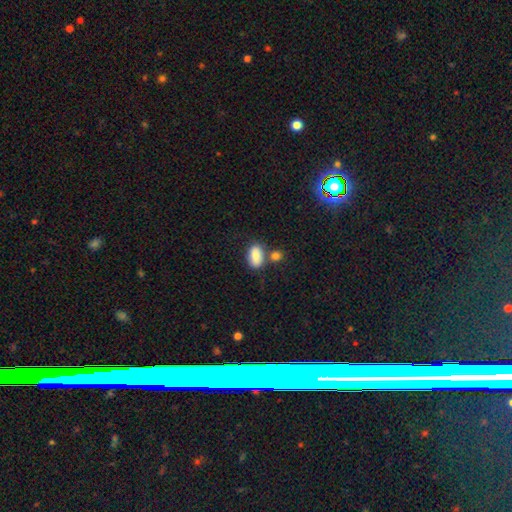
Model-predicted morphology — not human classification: smooth-or-featured: smooth: 85% | star or artifact: 7% | featured or disk: 7%
  how-rounded: in between: 89% | round: 7% | cigar-shaped: 3%
  merging: none: 61% | merger: 22% | minor disturbance: 13% | major disturbance: 4%